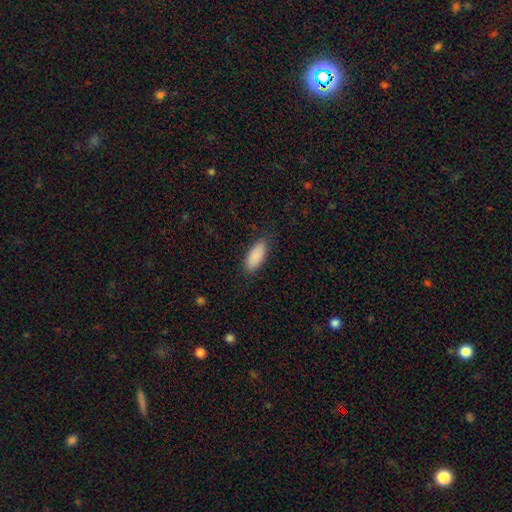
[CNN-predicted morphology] Smooth or featured?
  - smooth: 90% *
  - star or artifact: 6%
  - featured or disk: 4%
How rounded?
  - in between: 84% *
  - cigar-shaped: 14%
  - round: 2%
Merging?
  - none: 86% *
  - minor disturbance: 11%
  - major disturbance: 3%
  - merger: 1%